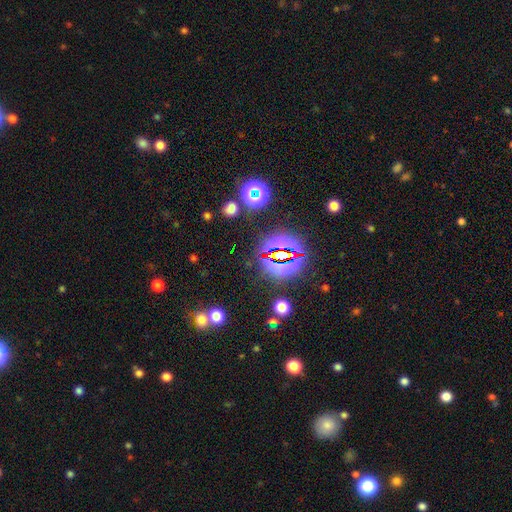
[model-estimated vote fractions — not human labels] star or artifact 83%, smooth 10%, featured or disk 7%.